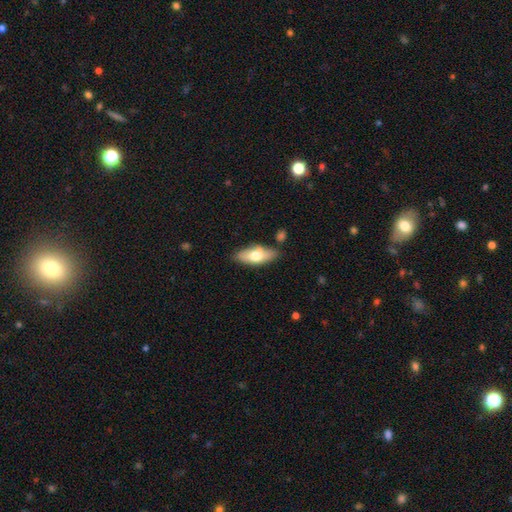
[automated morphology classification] Q: Smooth or featured?
A: smooth (65%); runner-up: featured or disk (28%)
Q: How rounded?
A: in between (77%); runner-up: cigar-shaped (21%)
Q: Merging?
A: none (77%); runner-up: minor disturbance (15%)